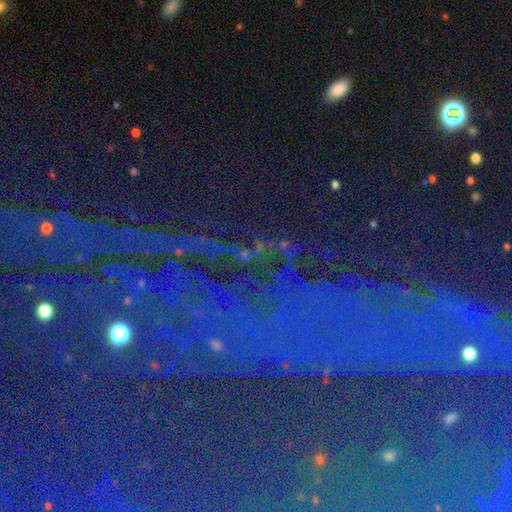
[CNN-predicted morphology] This is clearly a star or artifact rather than a galaxy (85%).